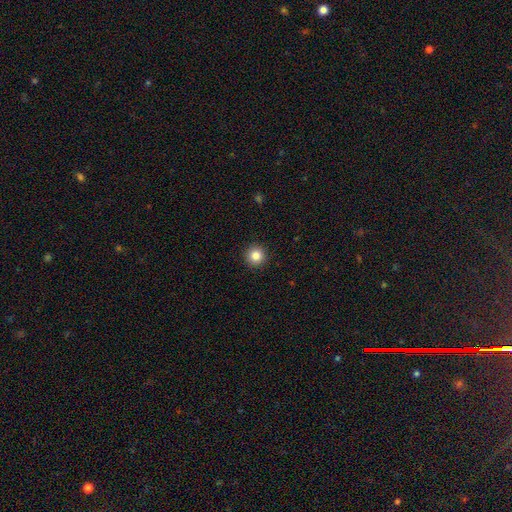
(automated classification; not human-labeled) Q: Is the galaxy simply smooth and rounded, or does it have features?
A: smooth — 84%.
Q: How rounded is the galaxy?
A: round — 96%.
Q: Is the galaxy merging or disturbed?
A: none — 93%.